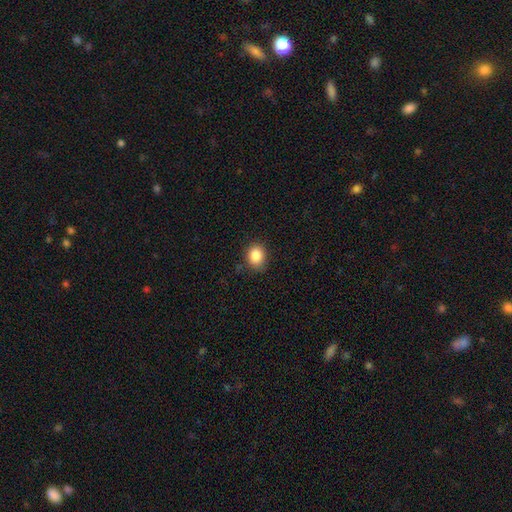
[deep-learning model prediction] This appears to be a smooth galaxy with no disk features (87%) that is round (60%). Merging: none (82%).